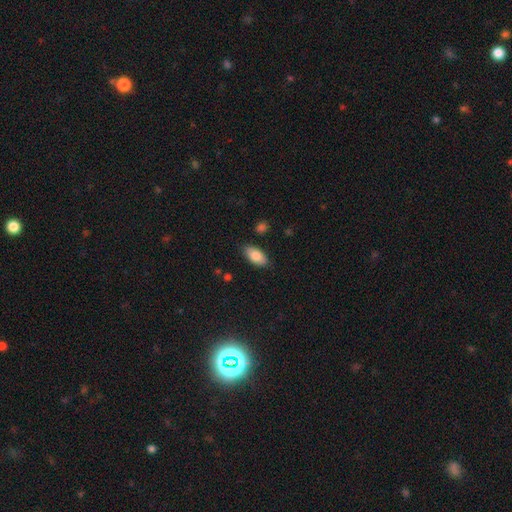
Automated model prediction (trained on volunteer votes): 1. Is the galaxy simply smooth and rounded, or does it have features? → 82% smooth, 11% featured or disk, 7% star or artifact.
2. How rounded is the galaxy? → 92% in between, 6% cigar-shaped, 3% round.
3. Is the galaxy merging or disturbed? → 85% none, 11% minor disturbance, 2% major disturbance, 2% merger.